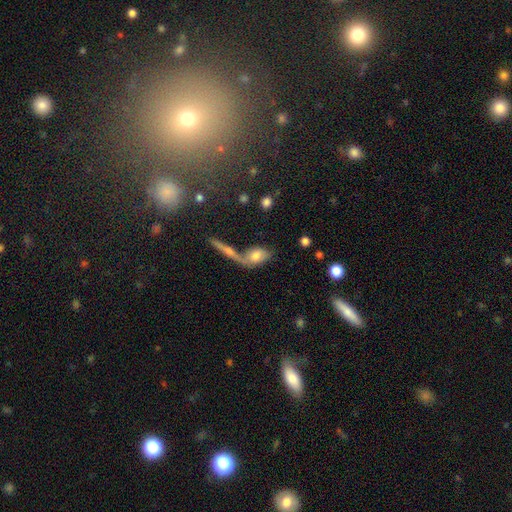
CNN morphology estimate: This is likely a smooth galaxy (66%). How rounded: likely in between (78%). Merging: marginally merger (42%).